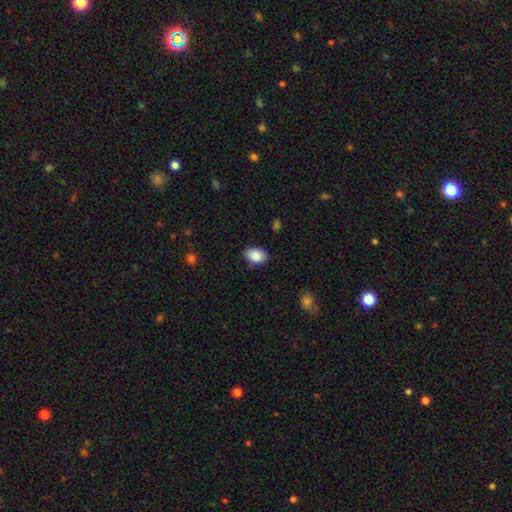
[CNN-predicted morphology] This appears to be a smooth galaxy with no disk features (88%) that is in between round and cigar-shaped (84%). Merging: none (82%).